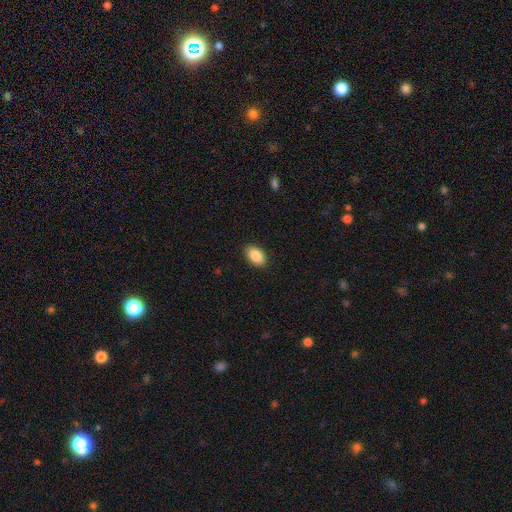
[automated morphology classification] type=smooth (88%); roundness=in between (92%); merging=none (90%).